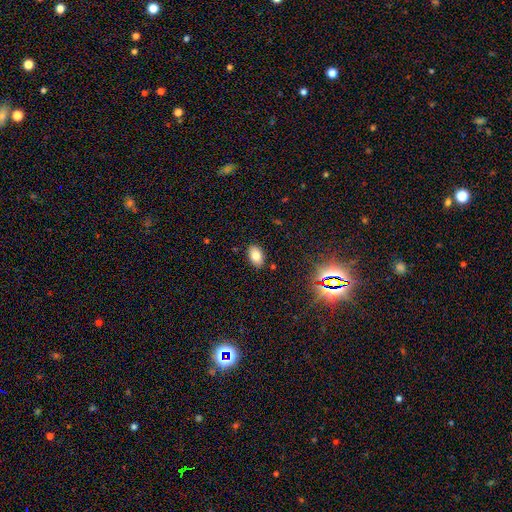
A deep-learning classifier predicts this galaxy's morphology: This is likely a smooth galaxy (78%). How rounded: clearly in between (90%). Merging: clearly none (87%).